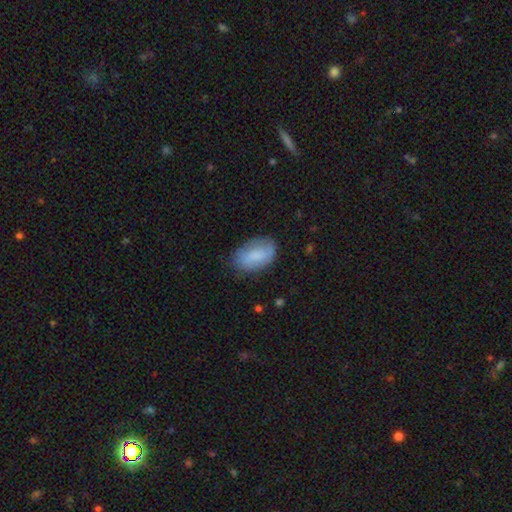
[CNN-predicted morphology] Smooth or featured? Predicted: smooth (p=0.76). How rounded? Predicted: in between (p=0.92). Merging? Predicted: none (p=0.70).